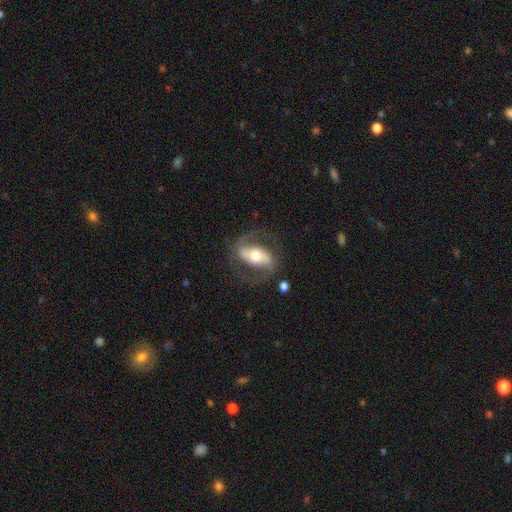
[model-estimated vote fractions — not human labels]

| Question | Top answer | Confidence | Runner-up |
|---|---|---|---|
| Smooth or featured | featured or disk | 79% | smooth (16%) |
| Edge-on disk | no | 93% | yes (7%) |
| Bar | strong | 52% | weak (28%) |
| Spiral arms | yes | 88% | no (12%) |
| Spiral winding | medium | 49% | loose (35%) |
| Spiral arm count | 2 | 90% | can't tell (4%) |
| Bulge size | moderate | 65% | large (19%) |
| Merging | none | 72% | minor disturbance (15%) |